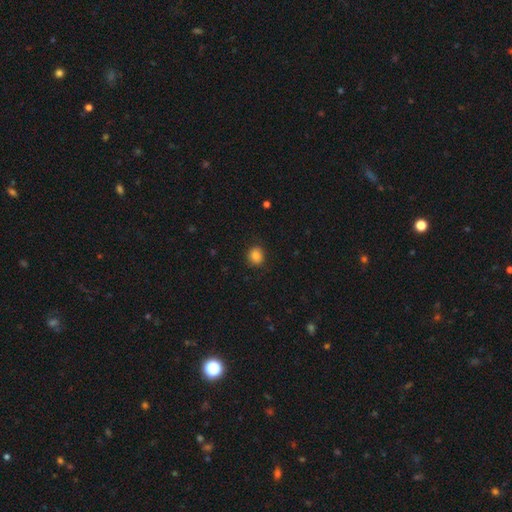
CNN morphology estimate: smooth 85%, star or artifact 10%, featured or disk 5%. Down the decision tree: how rounded — round (84%); merging — none (89%).